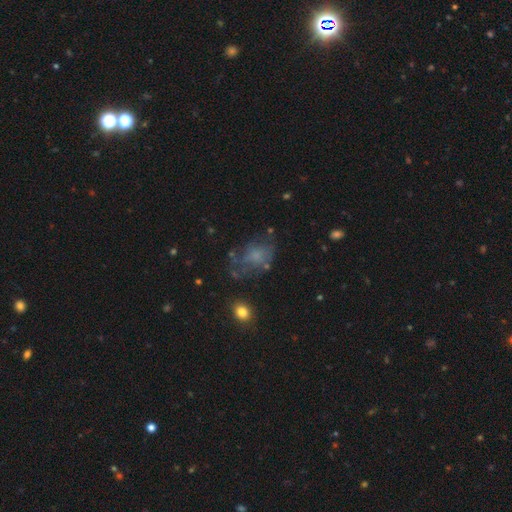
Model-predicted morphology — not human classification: Smooth or featured? Predicted: smooth (p=0.49). Merging? Predicted: none (p=0.47).